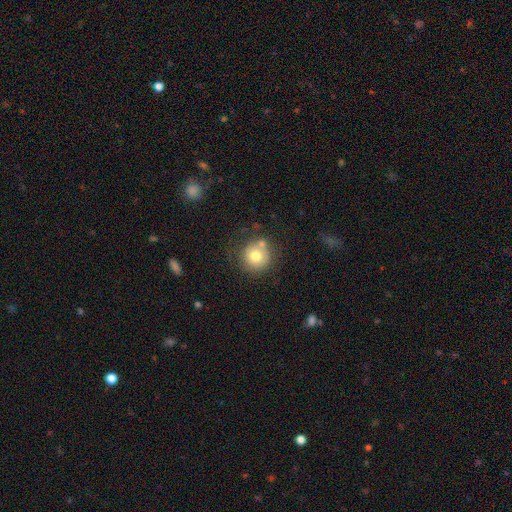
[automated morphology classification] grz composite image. It shows a smooth galaxy with no disk features (73%) that is round (93%). Merging: none (67%).